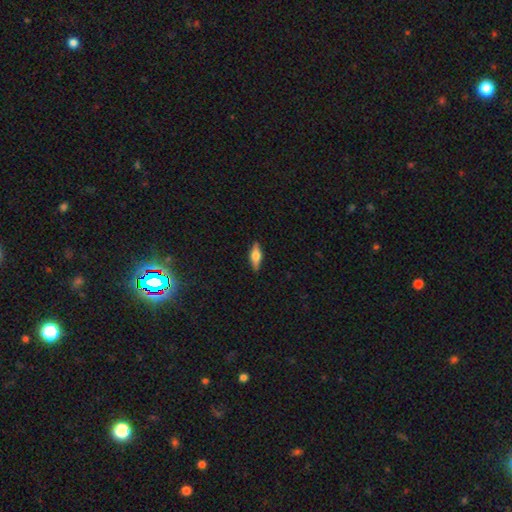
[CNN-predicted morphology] Smooth or featured? Predicted: smooth (p=0.47). Merging? Predicted: none (p=0.88).